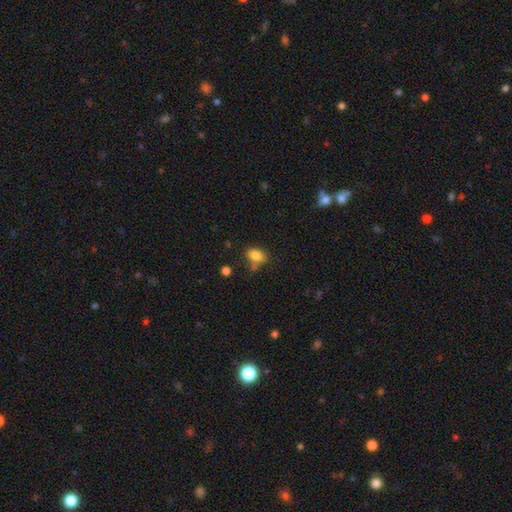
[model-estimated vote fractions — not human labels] Smooth or featured? smooth (84%)
How rounded? in between (83%)
Merging? none (64%)